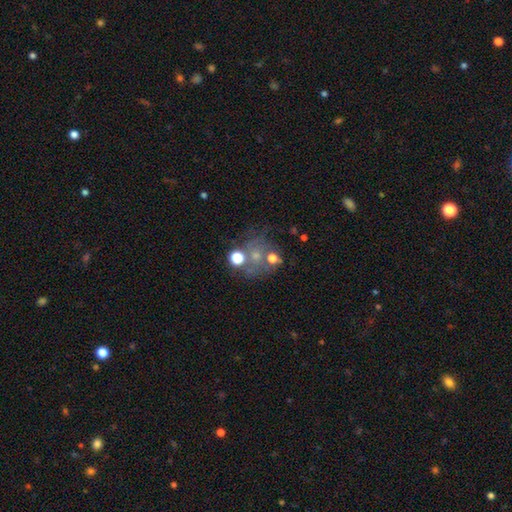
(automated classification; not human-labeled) The model was most divided on "smooth or featured": smooth: 38%, featured or disk: 31%, star or artifact: 31%. More confident: merging — none (52%).